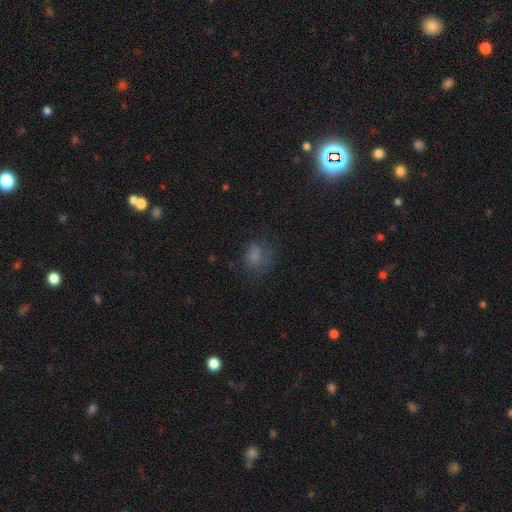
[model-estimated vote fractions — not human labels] A smooth galaxy with no disk features (62%) that is round (51%). Merging: none (53%).